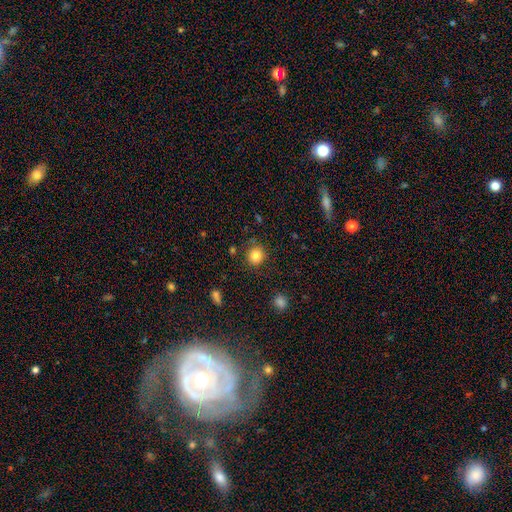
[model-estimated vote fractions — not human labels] A smooth galaxy with no disk features (84%) that is round (89%).

Vote fractions:
- Smooth or featured? smooth: 84% / star or artifact: 11% / featured or disk: 5%
- How rounded? round: 89% / in between: 10% / cigar-shaped: 1%
- Merging? none: 84% / minor disturbance: 10% / major disturbance: 3% / merger: 3%